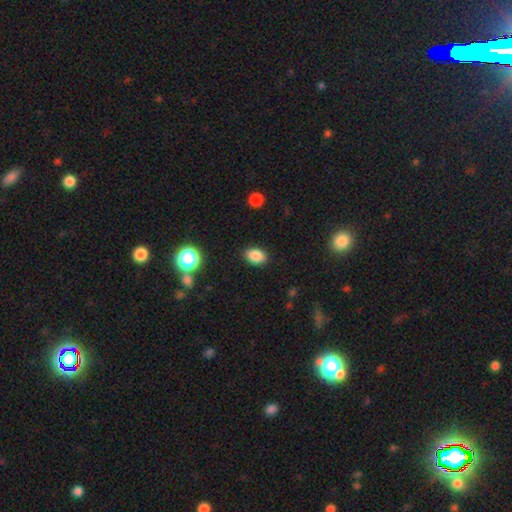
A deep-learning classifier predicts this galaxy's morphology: A smooth galaxy with no disk features (85%) that is in between round and cigar-shaped (82%). Merging: none (86%).